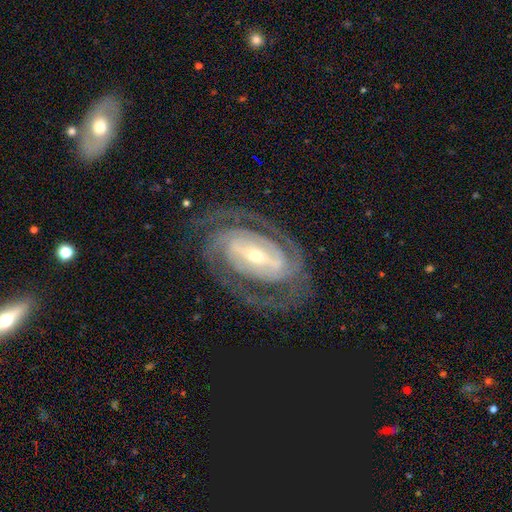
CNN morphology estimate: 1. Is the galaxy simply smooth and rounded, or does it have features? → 91% featured or disk, 4% star or artifact, 4% smooth.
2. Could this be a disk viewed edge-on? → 96% no, 4% yes.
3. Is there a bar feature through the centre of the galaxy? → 59% strong, 29% weak, 12% no.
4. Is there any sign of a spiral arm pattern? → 97% yes, 3% no.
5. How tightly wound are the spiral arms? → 64% tight, 30% medium, 5% loose.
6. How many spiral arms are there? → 72% 2, 10% 3, 9% can't tell, 3% 4, 3% 1, 3% more than 4.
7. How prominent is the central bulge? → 49% small, 43% moderate, 5% large, 1% none, 1% dominant.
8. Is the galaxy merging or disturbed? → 77% none, 13% minor disturbance, 9% major disturbance, 1% merger.